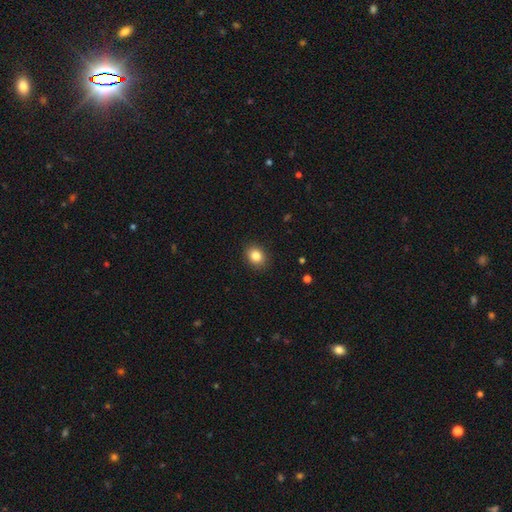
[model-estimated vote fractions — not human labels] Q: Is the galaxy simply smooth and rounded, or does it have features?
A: smooth — 84%.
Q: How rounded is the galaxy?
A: round — 56%.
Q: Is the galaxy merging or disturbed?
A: none — 90%.